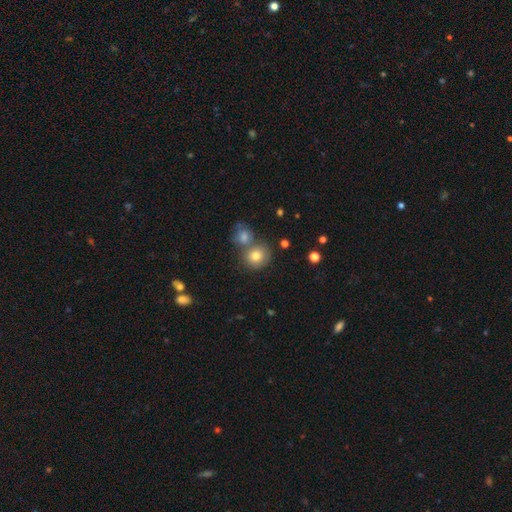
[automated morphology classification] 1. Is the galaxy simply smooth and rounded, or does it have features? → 78% smooth, 11% featured or disk, 10% star or artifact.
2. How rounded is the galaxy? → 81% round, 18% in between, 1% cigar-shaped.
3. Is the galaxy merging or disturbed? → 52% none, 35% merger, 10% minor disturbance, 4% major disturbance.